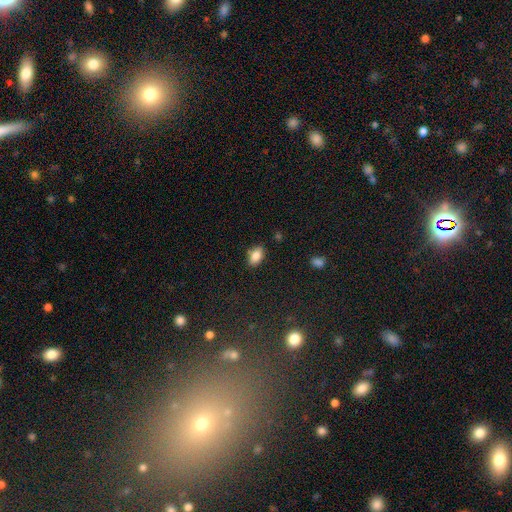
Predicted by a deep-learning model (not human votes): Morphology: type=smooth (84%); roundness=in between (90%); merging=none (81%).